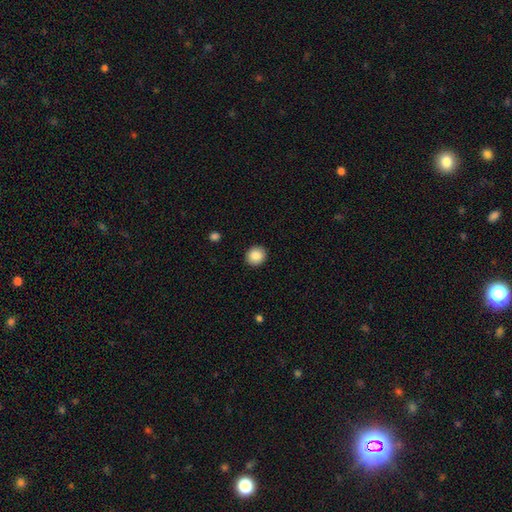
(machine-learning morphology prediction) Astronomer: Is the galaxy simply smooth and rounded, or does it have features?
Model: smooth — 87%.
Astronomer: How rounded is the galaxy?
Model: round — 89%.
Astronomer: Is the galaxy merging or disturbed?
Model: none — 92%.